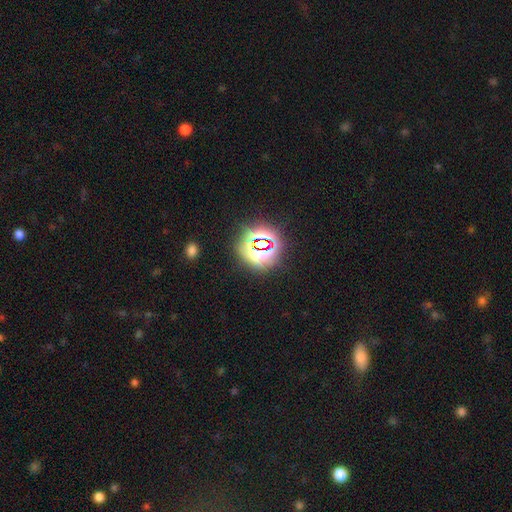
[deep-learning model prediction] Smooth or featured: star or artifact — 71% (smooth — 20%)